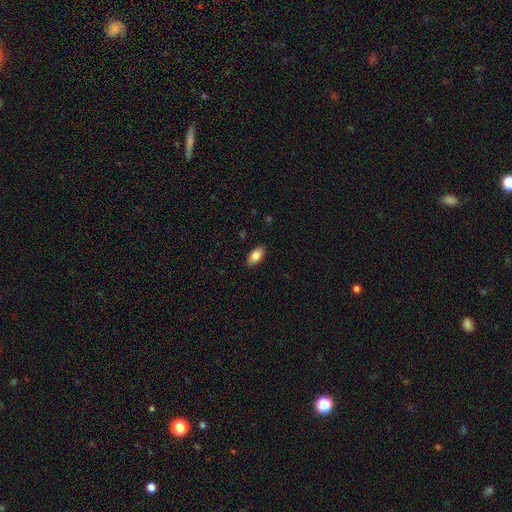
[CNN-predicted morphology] A smooth galaxy with no disk features (84%) that is in between round and cigar-shaped (91%). Merging: none (88%).